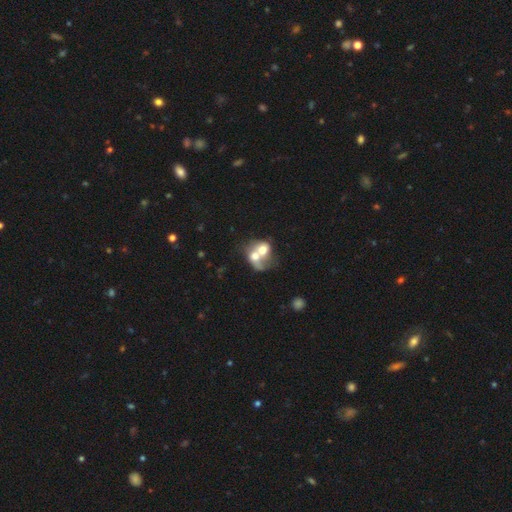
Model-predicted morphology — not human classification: smooth 55%, featured or disk 36%, star or artifact 9%. Down the decision tree: how rounded — round (54%); merging — merger (80%).